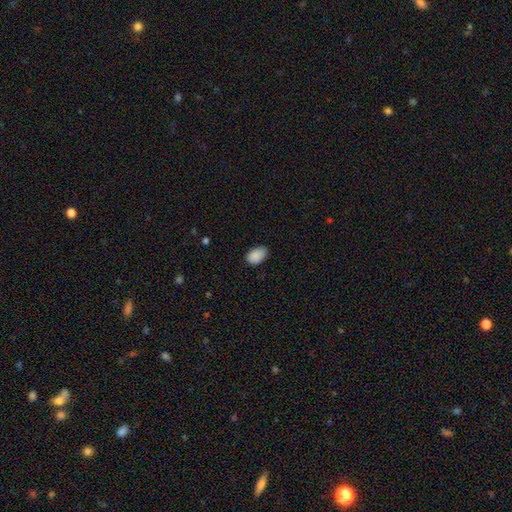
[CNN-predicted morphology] smooth 89%, star or artifact 8%, featured or disk 4%. Down the decision tree: how rounded — in between (89%); merging — none (75%).